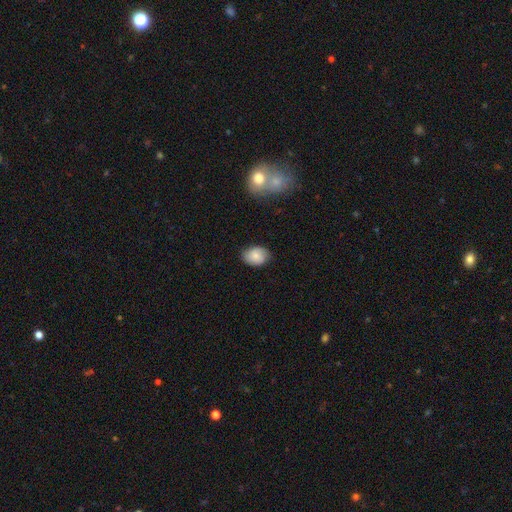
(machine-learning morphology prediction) smooth-or-featured: smooth: 83% | featured or disk: 9% | star or artifact: 8%
  how-rounded: in between: 71% | round: 28% | cigar-shaped: 1%
  merging: none: 81% | minor disturbance: 15% | major disturbance: 3% | merger: 1%